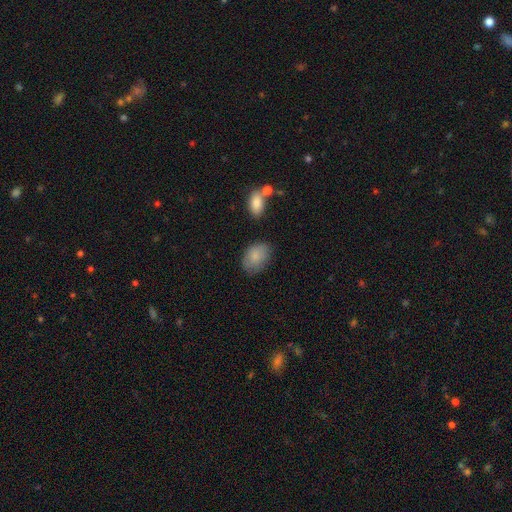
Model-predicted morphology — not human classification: Smooth or featured? Predicted: smooth (p=0.85). How rounded? Predicted: in between (p=0.82). Merging? Predicted: none (p=0.71).